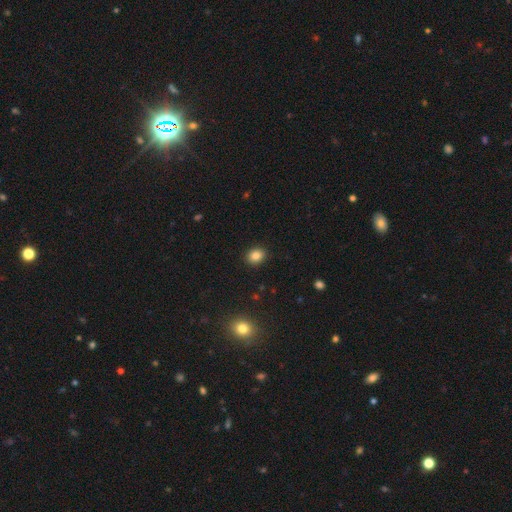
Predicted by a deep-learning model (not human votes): A smooth galaxy with no disk features (85%) that is round (60%). Merging: none (91%).